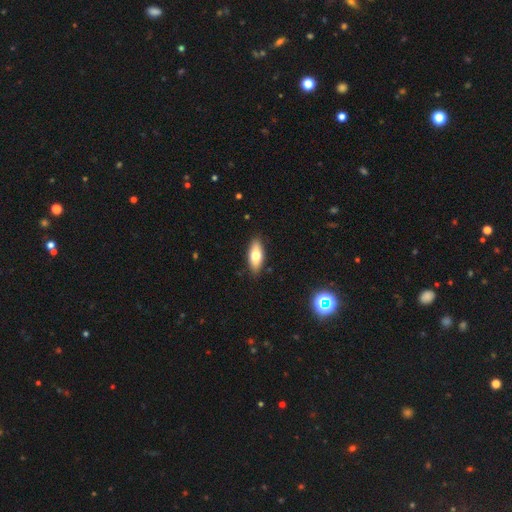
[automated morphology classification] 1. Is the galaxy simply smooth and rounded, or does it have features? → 72% smooth, 21% featured or disk, 7% star or artifact.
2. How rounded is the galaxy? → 80% in between, 18% cigar-shaped, 3% round.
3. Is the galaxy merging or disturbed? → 87% none, 9% minor disturbance, 2% major disturbance, 1% merger.